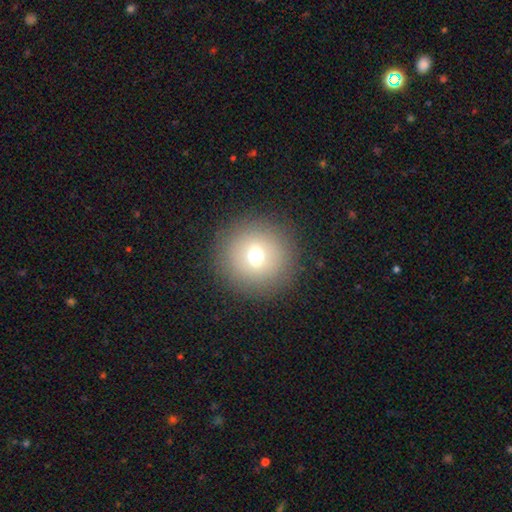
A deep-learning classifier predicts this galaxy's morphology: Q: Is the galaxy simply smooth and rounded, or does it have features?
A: smooth — 68%.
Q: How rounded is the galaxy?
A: round — 95%.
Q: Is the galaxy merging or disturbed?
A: none — 91%.